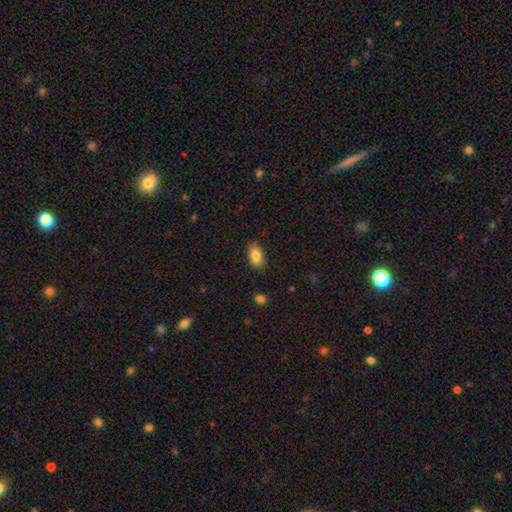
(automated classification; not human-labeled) A smooth galaxy with no disk features (86%) that is in between round and cigar-shaped (91%).

Vote fractions:
- Smooth or featured? smooth: 86% / star or artifact: 8% / featured or disk: 6%
- How rounded? in between: 91% / round: 5% / cigar-shaped: 4%
- Merging? none: 82% / minor disturbance: 14% / major disturbance: 3% / merger: 1%